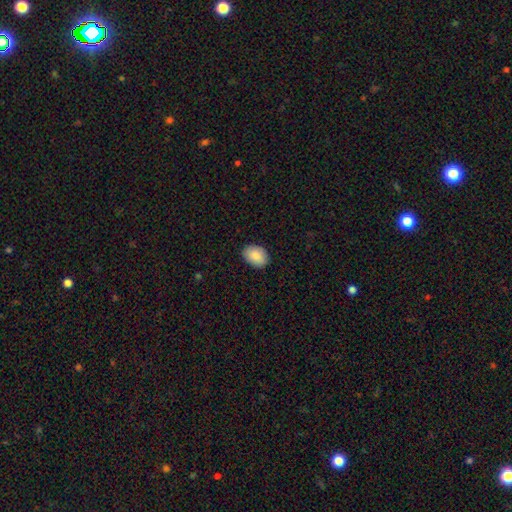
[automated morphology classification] Smooth or featured?
  - smooth: 88% *
  - star or artifact: 6%
  - featured or disk: 5%
How rounded?
  - in between: 80% *
  - round: 19%
  - cigar-shaped: 1%
Merging?
  - none: 88% *
  - minor disturbance: 9%
  - major disturbance: 2%
  - merger: 1%